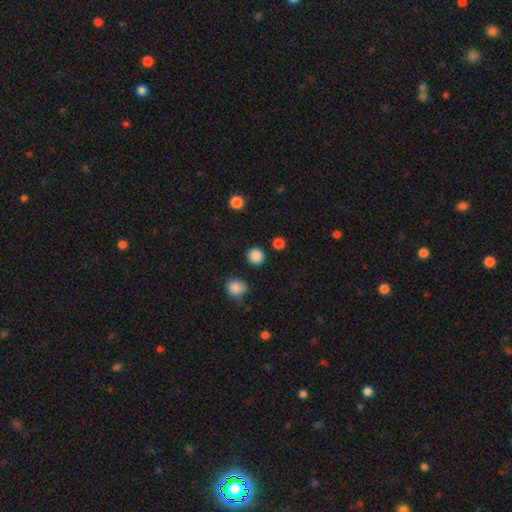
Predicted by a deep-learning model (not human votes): Smooth or featured?
  - smooth: 86% *
  - star or artifact: 11%
  - featured or disk: 3%
How rounded?
  - round: 93% *
  - in between: 6%
  - cigar-shaped: 1%
Merging?
  - none: 89% *
  - minor disturbance: 6%
  - major disturbance: 2%
  - merger: 2%